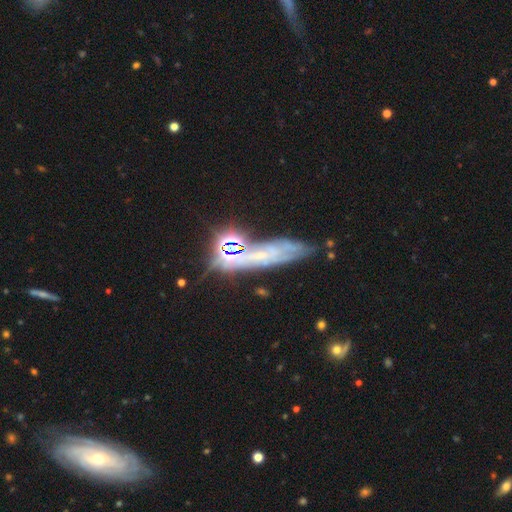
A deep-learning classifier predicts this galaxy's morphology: smooth_or_featured: featured or disk (p=0.49) [alt: star or artifact p=0.28]
merging: none (p=0.61) [alt: minor disturbance p=0.18]